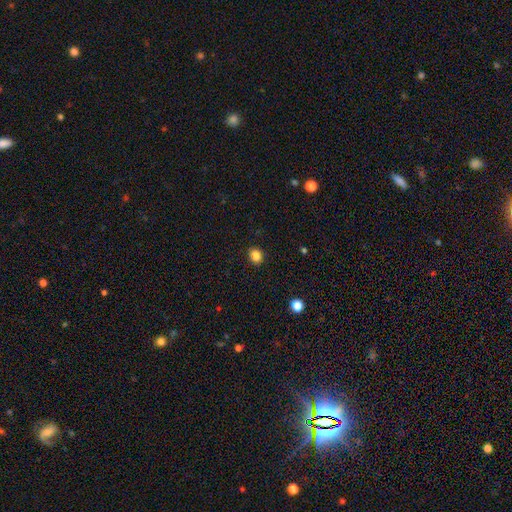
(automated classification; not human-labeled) Smooth or featured? Predicted: smooth (p=0.85). How rounded? Predicted: round (p=0.70). Merging? Predicted: none (p=0.90).